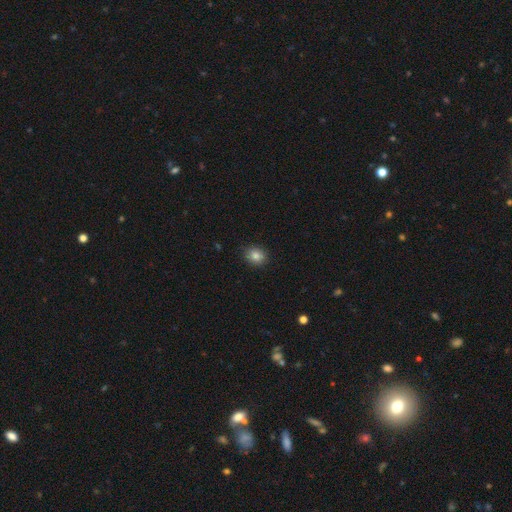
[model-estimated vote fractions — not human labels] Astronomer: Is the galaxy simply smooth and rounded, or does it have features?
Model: smooth — 84%.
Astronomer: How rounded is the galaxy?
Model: round — 62%.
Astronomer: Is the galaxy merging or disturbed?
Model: none — 88%.